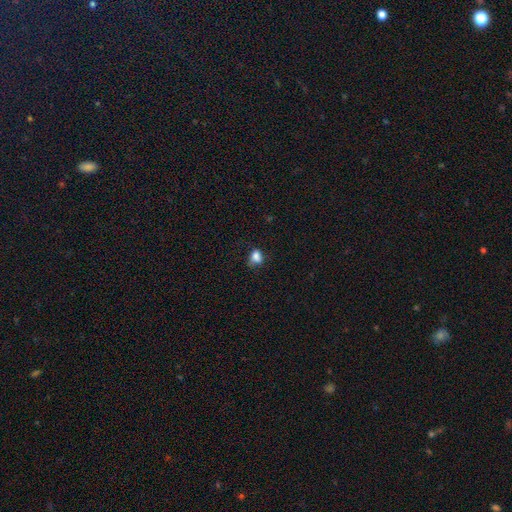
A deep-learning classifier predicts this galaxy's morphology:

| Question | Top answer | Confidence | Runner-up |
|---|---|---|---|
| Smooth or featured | smooth | 81% | star or artifact (12%) |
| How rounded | in between | 65% | round (34%) |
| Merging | none | 52% | minor disturbance (31%) |